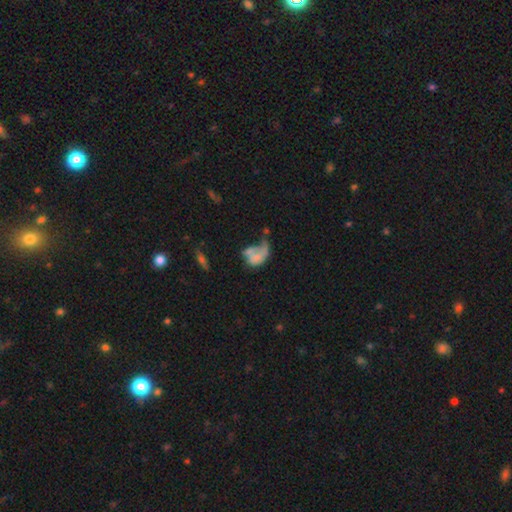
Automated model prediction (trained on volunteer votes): The model was most divided on "merging": major disturbance: 37%, merger: 29%, none: 17%, minor disturbance: 16%. More confident: how rounded — in between (77%); smooth or featured — smooth (51%).